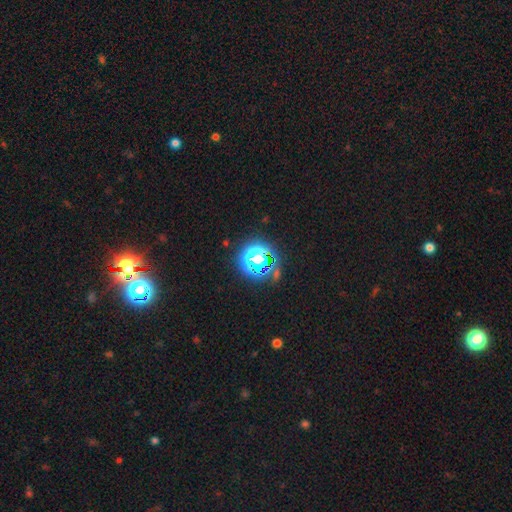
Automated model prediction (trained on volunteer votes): Smooth or featured: star or artifact — 57% (smooth — 31%)